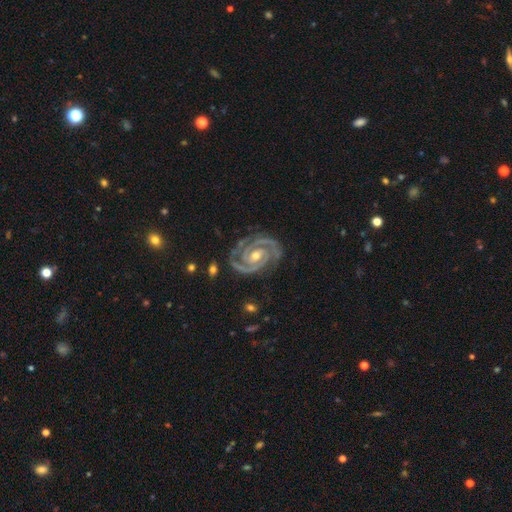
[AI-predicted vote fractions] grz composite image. It shows a featured or disk galaxy (94%) with no bar (47%), 2 (88%) tight (73%) spiral arms (99%) and a moderate central bulge (63%). Merging: none (82%).